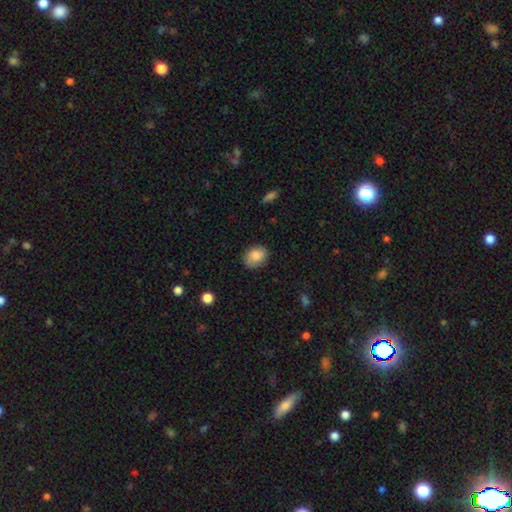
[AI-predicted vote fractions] Smooth or featured? Predicted: smooth (p=0.86). How rounded? Predicted: in between (p=0.58). Merging? Predicted: none (p=0.81).